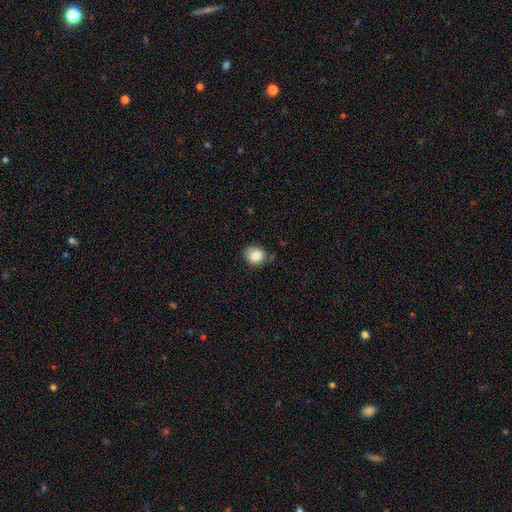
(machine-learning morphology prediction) smooth 83%, star or artifact 9%, featured or disk 8%. Down the decision tree: how rounded — round (70%); merging — none (70%).